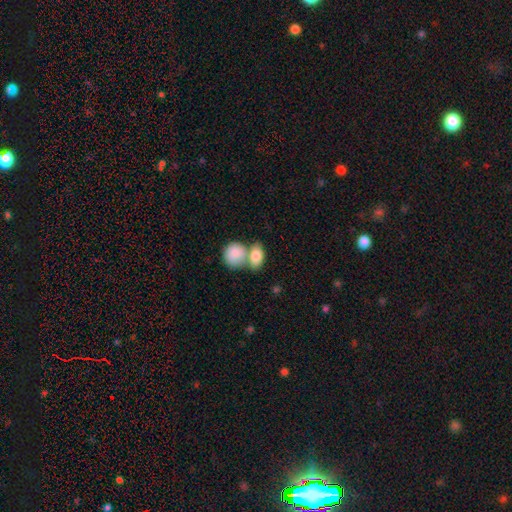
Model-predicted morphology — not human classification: type=smooth (84%); roundness=in between (80%); merging=merger (55%).